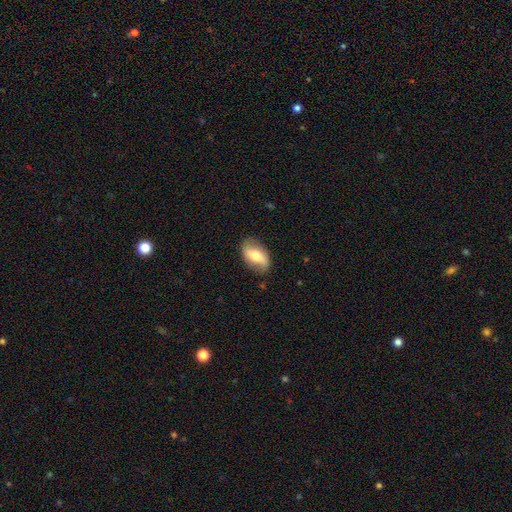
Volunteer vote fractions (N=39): Q: Smooth or featured?
A: smooth (54%); runner-up: featured or disk (41%)
Q: How rounded?
A: in between (100%)
Q: Merging?
A: none (86%); runner-up: minor disturbance (14%)